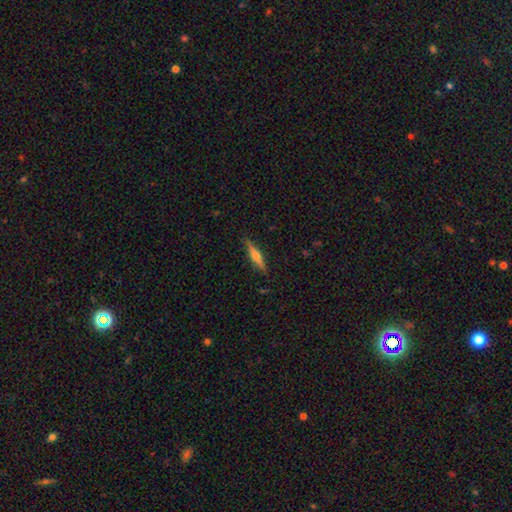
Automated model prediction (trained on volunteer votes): The model was most divided on "smooth or featured": featured or disk: 58%, smooth: 36%, star or artifact: 6%. More confident: edge-on disk — yes (96%); merging — none (87%); edge-on bulge — rounded (85%).